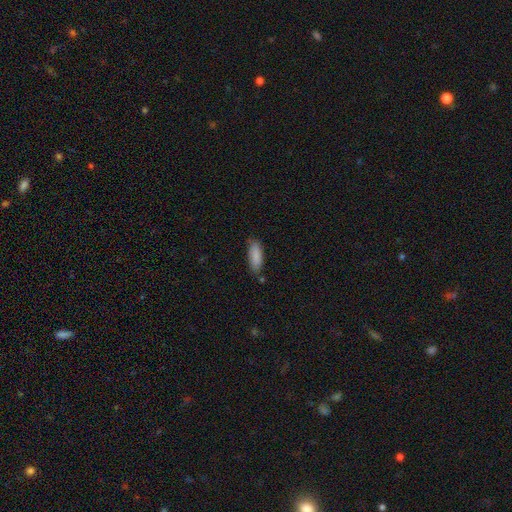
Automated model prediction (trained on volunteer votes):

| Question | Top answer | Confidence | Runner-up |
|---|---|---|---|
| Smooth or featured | smooth | 88% | featured or disk (6%) |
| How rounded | in between | 66% | cigar-shaped (32%) |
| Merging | none | 76% | minor disturbance (18%) |